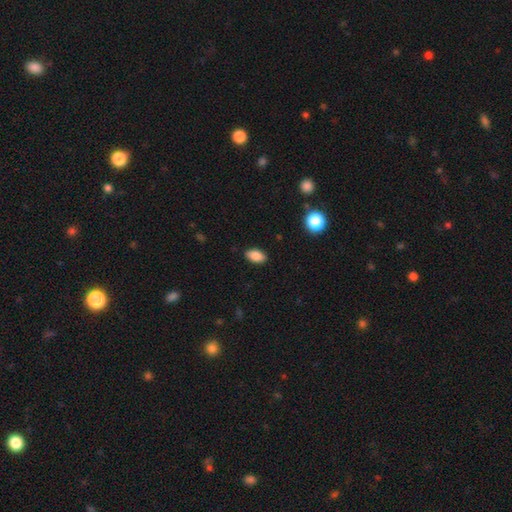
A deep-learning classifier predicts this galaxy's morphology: The model was most divided on "smooth or featured": smooth: 85%, star or artifact: 9%, featured or disk: 6%. More confident: how rounded — in between (91%); merging — none (88%).